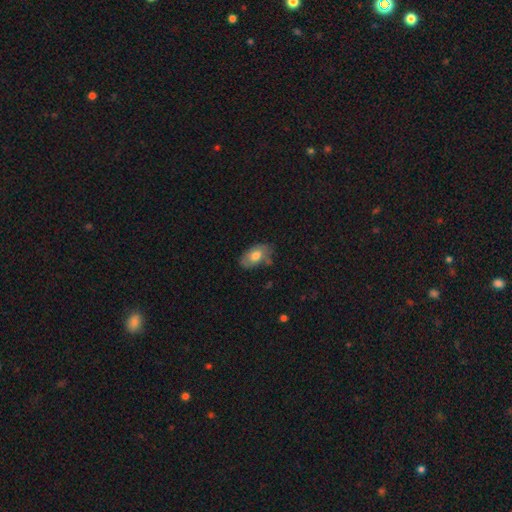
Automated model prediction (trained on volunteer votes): smooth 70%, featured or disk 23%, star or artifact 7%. Down the decision tree: how rounded — in between (92%); merging — none (63%).